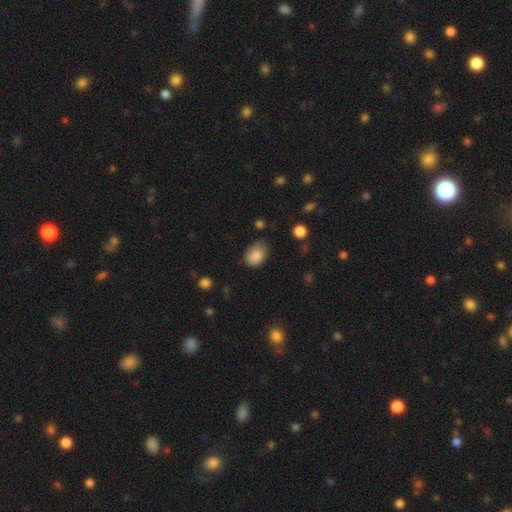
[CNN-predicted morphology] A smooth galaxy with no disk features (86%) that is in between round and cigar-shaped (79%). Merging: none (62%).